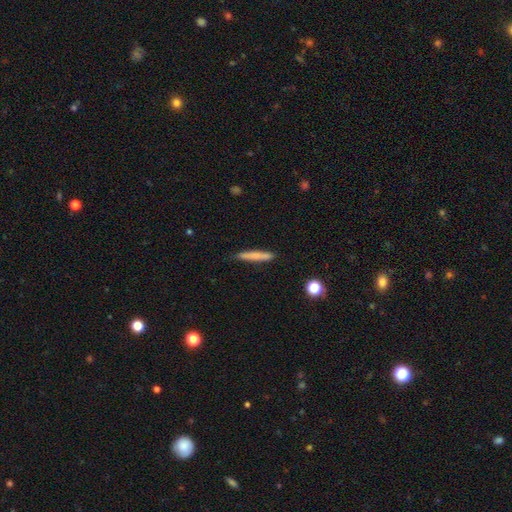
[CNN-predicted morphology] The model was most divided on "smooth or featured": smooth: 72%, featured or disk: 21%, star or artifact: 7%. More confident: how rounded — cigar-shaped (94%); merging — none (84%).